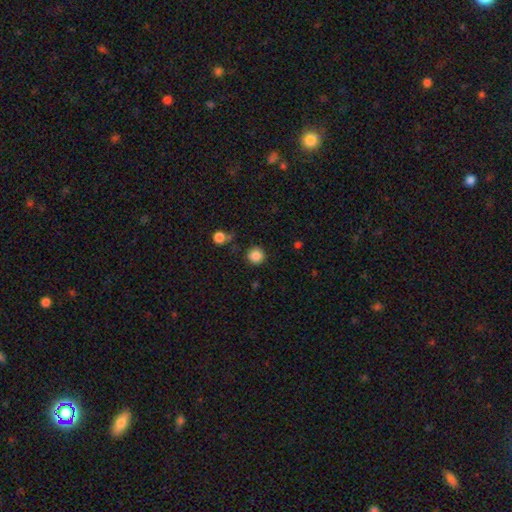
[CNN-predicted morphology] smooth 86%, star or artifact 11%, featured or disk 3%. Down the decision tree: how rounded — round (95%); merging — none (86%).